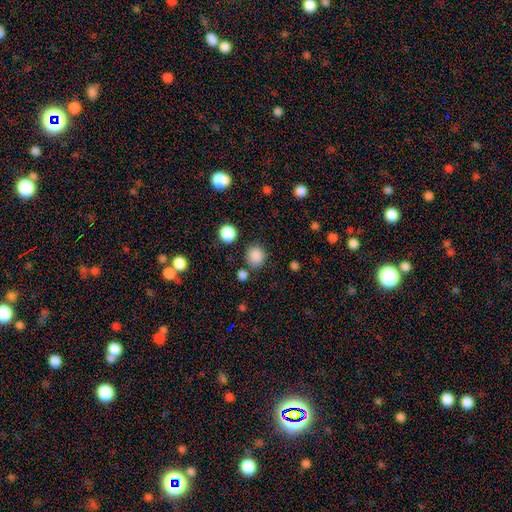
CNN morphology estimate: smooth-or-featured: smooth: 85% | star or artifact: 11% | featured or disk: 4%
  how-rounded: round: 86% | in between: 13% | cigar-shaped: 1%
  merging: none: 81% | minor disturbance: 10% | merger: 6% | major disturbance: 3%